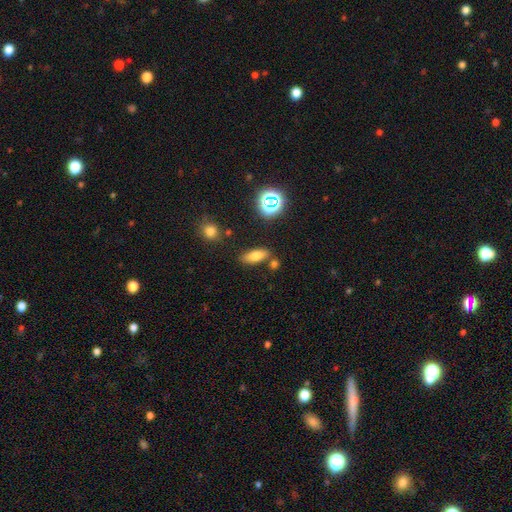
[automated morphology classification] Smooth or featured: smooth — 73% (star or artifact — 14%)
How rounded: in between — 73% (cigar-shaped — 22%)
Merging: none — 75% (minor disturbance — 12%)